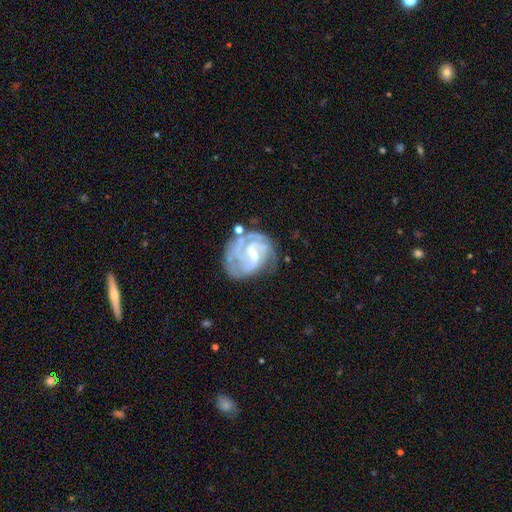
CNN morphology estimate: Smooth or featured? featured or disk (85%)
Edge-on disk? no (98%)
Bar? weak (55%)
Spiral arms? yes (94%)
Spiral winding? tight (45%)
Spiral arm count? 2 (33%)
Bulge size? small (48%)
Merging? none (54%)